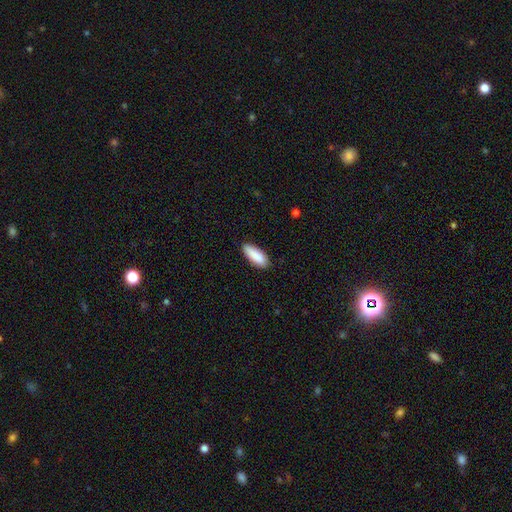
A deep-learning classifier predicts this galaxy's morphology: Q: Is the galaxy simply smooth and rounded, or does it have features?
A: smooth — 88%.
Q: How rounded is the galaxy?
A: in between — 71%.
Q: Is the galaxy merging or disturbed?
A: none — 82%.